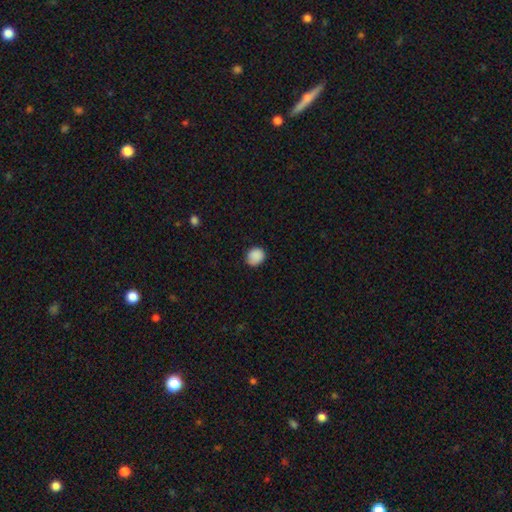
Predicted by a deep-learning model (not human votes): smooth_or_featured: smooth (p=0.88) [alt: star or artifact p=0.09]
how_rounded: round (p=0.74) [alt: in between p=0.25]
merging: none (p=0.82) [alt: minor disturbance p=0.15]